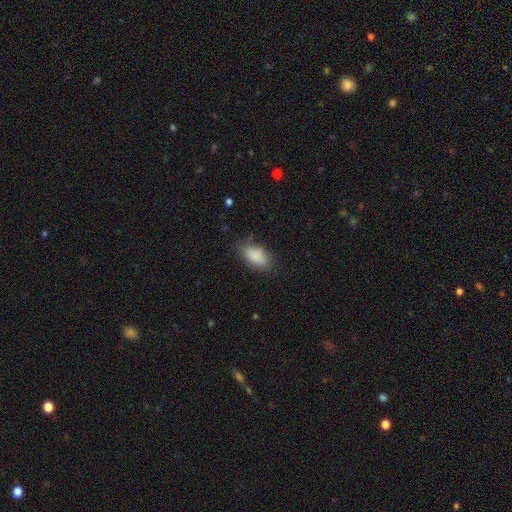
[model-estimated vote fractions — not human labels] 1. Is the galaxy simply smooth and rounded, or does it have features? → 87% smooth, 7% star or artifact, 5% featured or disk.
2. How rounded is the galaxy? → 92% in between, 5% cigar-shaped, 4% round.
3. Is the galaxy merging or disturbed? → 76% none, 18% minor disturbance, 5% major disturbance, 1% merger.